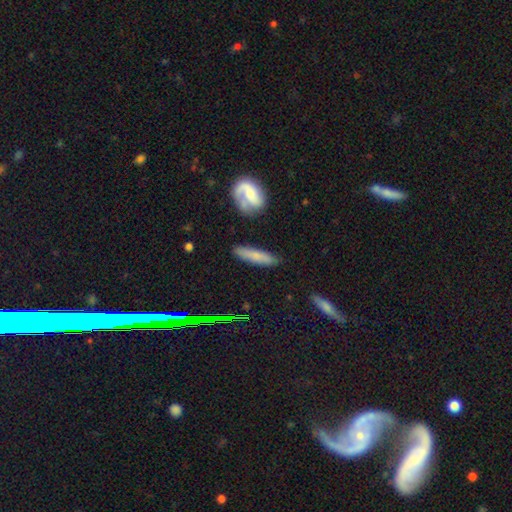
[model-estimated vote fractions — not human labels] Smooth or featured? Predicted: smooth (p=0.68). How rounded? Predicted: cigar-shaped (p=0.74). Merging? Predicted: none (p=0.80).